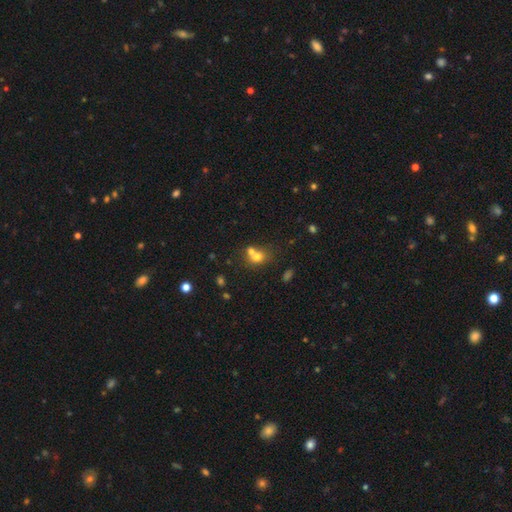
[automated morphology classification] Overall: smooth (68%). How rounded: round (63%; in between 36%). Merging: merger (59%; none 30%).